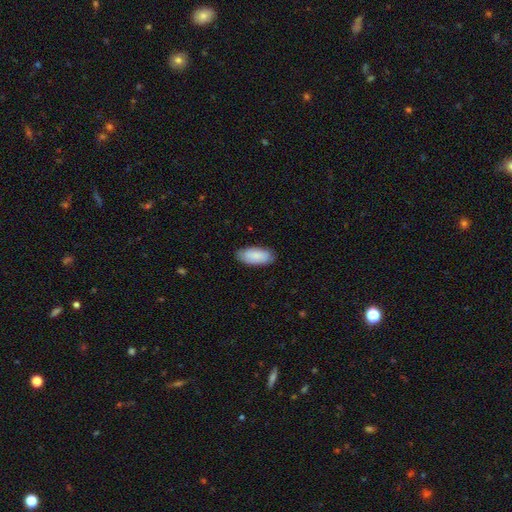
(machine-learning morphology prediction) Smooth or featured?
  - smooth: 79% *
  - featured or disk: 15%
  - star or artifact: 6%
How rounded?
  - in between: 91% *
  - cigar-shaped: 7%
  - round: 2%
Merging?
  - none: 79% *
  - minor disturbance: 17%
  - major disturbance: 3%
  - merger: 1%